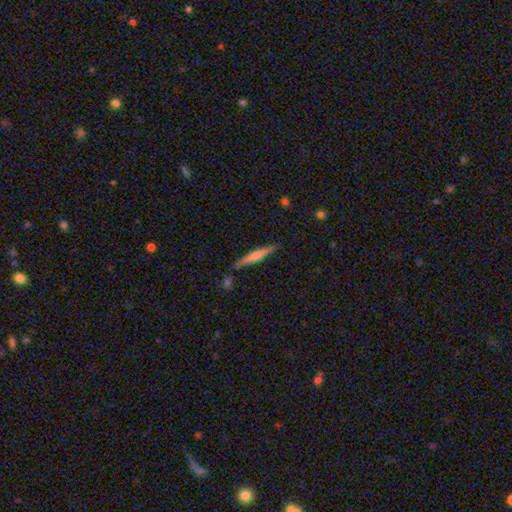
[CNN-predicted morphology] The model was most divided on "smooth or featured": smooth: 56%, featured or disk: 38%, star or artifact: 6%. More confident: how rounded — cigar-shaped (93%); merging — none (79%).